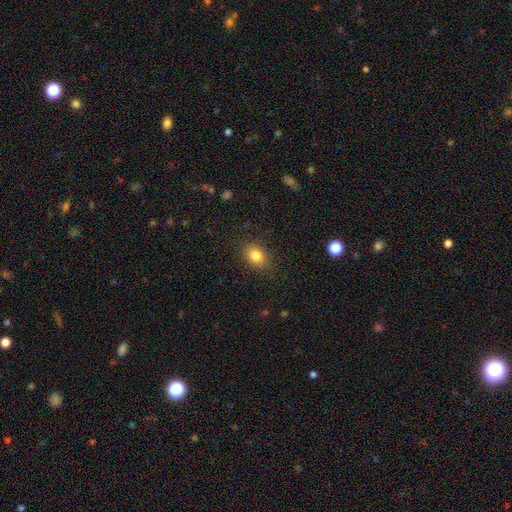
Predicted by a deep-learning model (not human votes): A smooth galaxy with no disk features (82%) that is in between round and cigar-shaped (63%). Merging: none (85%).